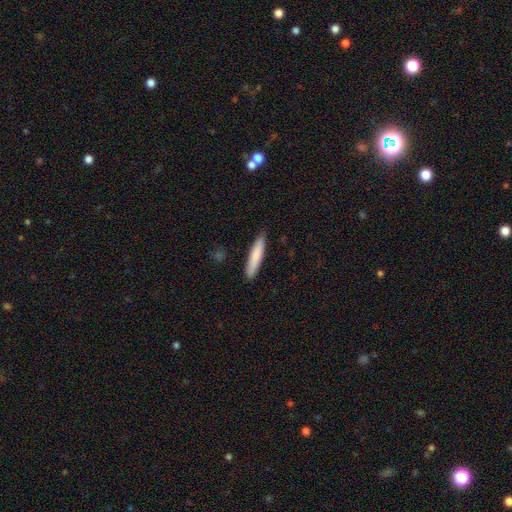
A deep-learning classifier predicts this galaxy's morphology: This is clearly a smooth galaxy (81%). How rounded: clearly cigar-shaped (89%). Merging: clearly none (87%).